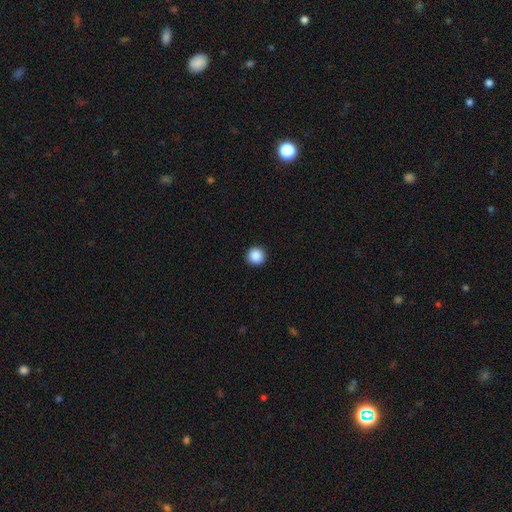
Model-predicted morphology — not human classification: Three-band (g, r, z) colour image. It shows a smooth galaxy with no disk features (88%) that is round (95%). Merging: none (93%).